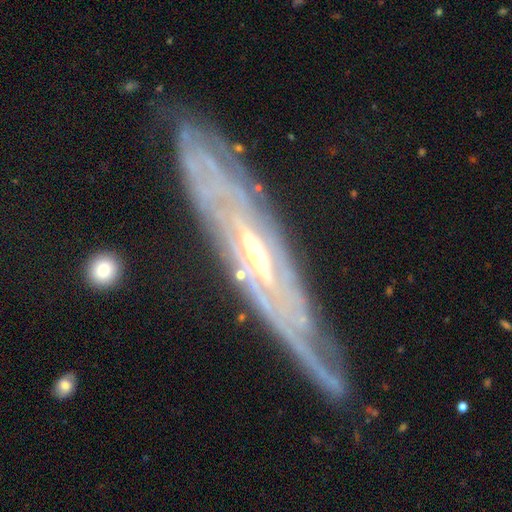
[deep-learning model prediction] Smooth or featured: featured or disk — 87% (smooth — 7%)
Edge-on disk: no — 59% (yes — 41%)
Bar: no — 48% (weak — 35%)
Spiral arms: yes — 93% (no — 7%)
Bulge size: small — 59% (moderate — 37%)
Merging: none — 76% (minor disturbance — 17%)